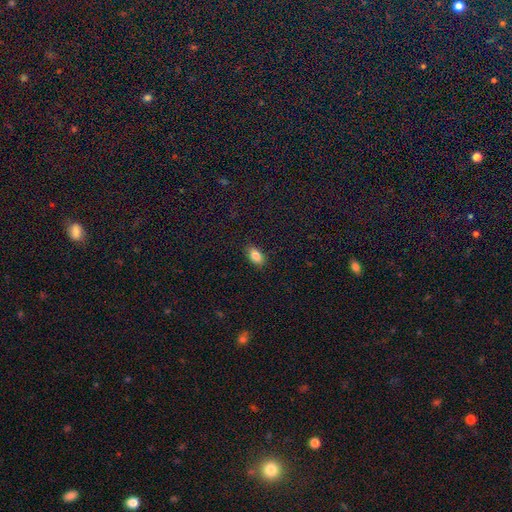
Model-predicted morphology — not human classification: smooth-or-featured: smooth: 86% | star or artifact: 8% | featured or disk: 6%
  how-rounded: in between: 91% | round: 5% | cigar-shaped: 4%
  merging: none: 87% | minor disturbance: 10% | major disturbance: 2% | merger: 1%